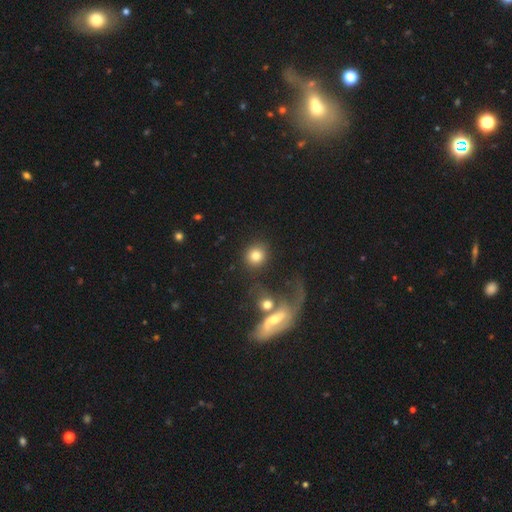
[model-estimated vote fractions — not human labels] This is likely a smooth galaxy (79%). How rounded: clearly round (90%). Merging: likely none (74%).